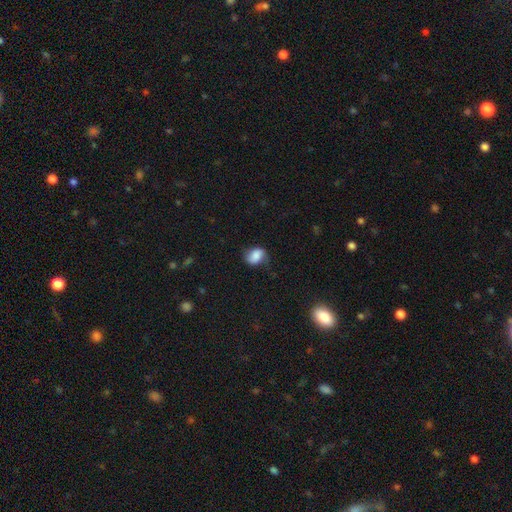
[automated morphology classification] Smooth or featured? Predicted: smooth (p=0.76). How rounded? Predicted: in between (p=0.65). Merging? Predicted: none (p=0.58).